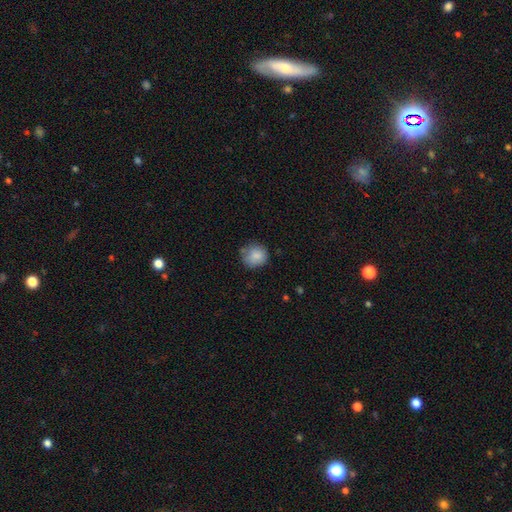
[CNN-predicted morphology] smooth_or_featured: smooth (p=0.84) [alt: star or artifact p=0.08]
how_rounded: round (p=0.85) [alt: in between p=0.14]
merging: none (p=0.68) [alt: minor disturbance p=0.24]